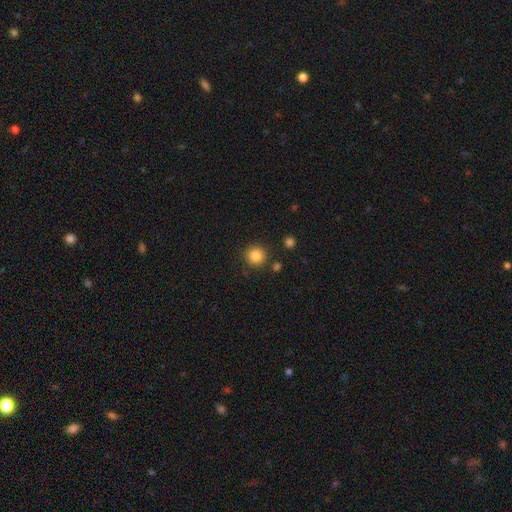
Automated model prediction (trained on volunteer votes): Overall: smooth (85%). How rounded: round (94%). Merging: none (88%).